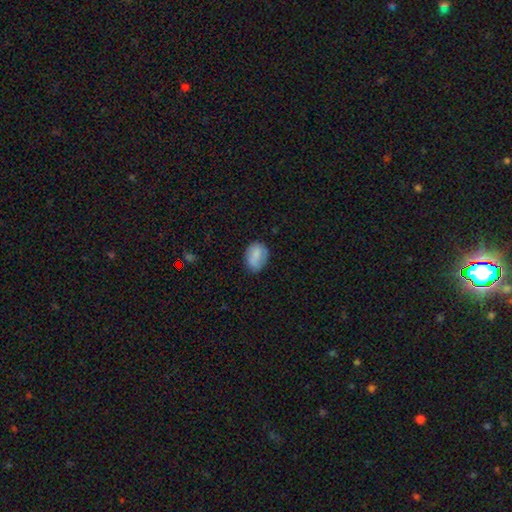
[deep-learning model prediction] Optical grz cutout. It shows a smooth galaxy with no disk features (81%) that is in between round and cigar-shaped (70%). Merging: none (74%).